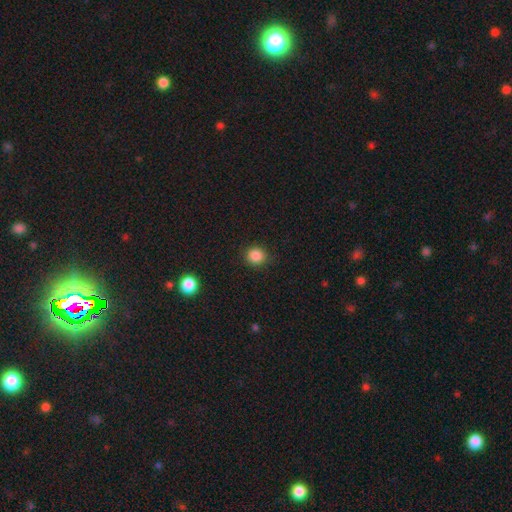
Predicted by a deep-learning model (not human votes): smooth 86%, star or artifact 11%, featured or disk 3%. Down the decision tree: how rounded — round (88%); merging — none (88%).